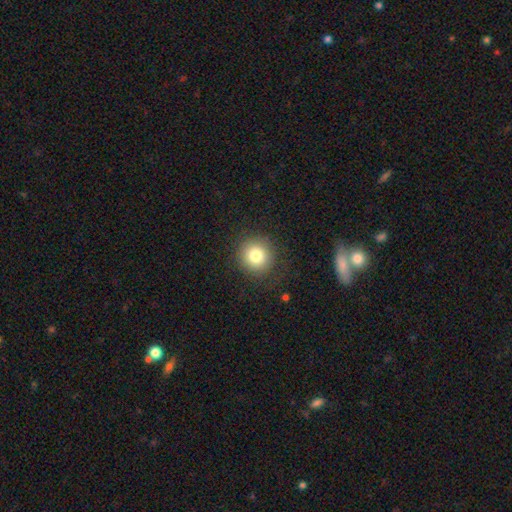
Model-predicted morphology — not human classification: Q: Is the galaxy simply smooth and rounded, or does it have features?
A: smooth — 80%.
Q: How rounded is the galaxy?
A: round — 93%.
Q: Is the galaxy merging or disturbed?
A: none — 88%.